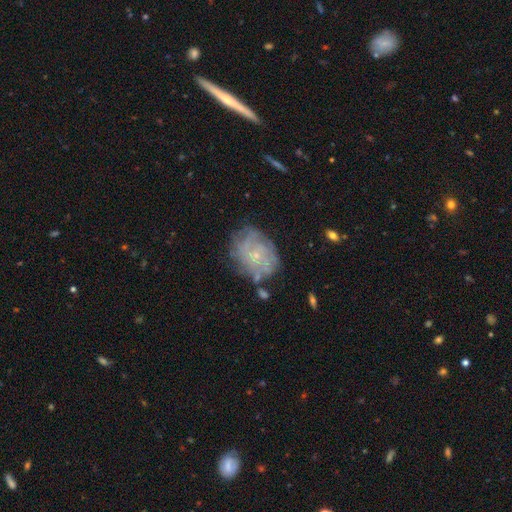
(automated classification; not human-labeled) Smooth or featured? Predicted: featured or disk (p=0.71). Edge-on disk? Predicted: no (p=0.97). Bar? Predicted: no (p=0.83). Spiral arms? Predicted: yes (p=0.83). Spiral winding? Predicted: tight (p=0.63). Spiral arm count? Predicted: can't tell (p=0.48). Bulge size? Predicted: small (p=0.84). Merging? Predicted: none (p=0.68).